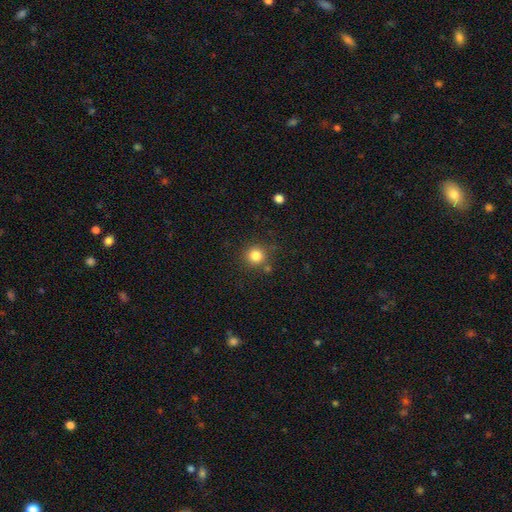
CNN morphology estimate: Smooth or featured?
  - smooth: 83% *
  - star or artifact: 12%
  - featured or disk: 5%
How rounded?
  - round: 93% *
  - in between: 6%
  - cigar-shaped: 1%
Merging?
  - none: 82% *
  - minor disturbance: 8%
  - merger: 6%
  - major disturbance: 3%